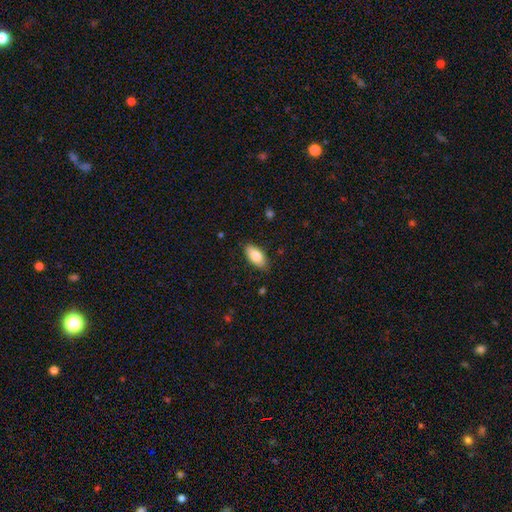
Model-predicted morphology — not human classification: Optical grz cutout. It shows a smooth galaxy with no disk features (80%) that is in between round and cigar-shaped (92%). Merging: none (84%).